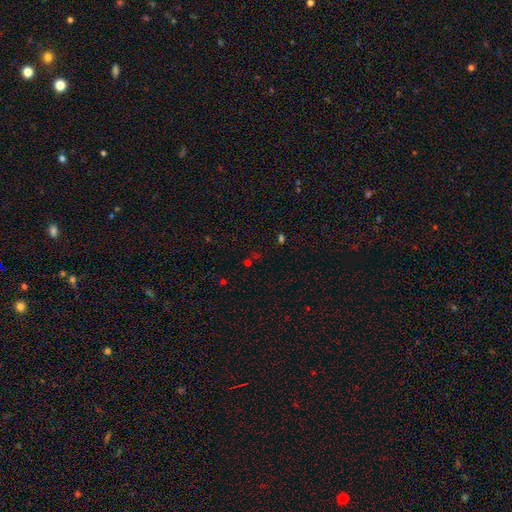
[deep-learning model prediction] Smooth or featured? Predicted: star or artifact (p=0.56).